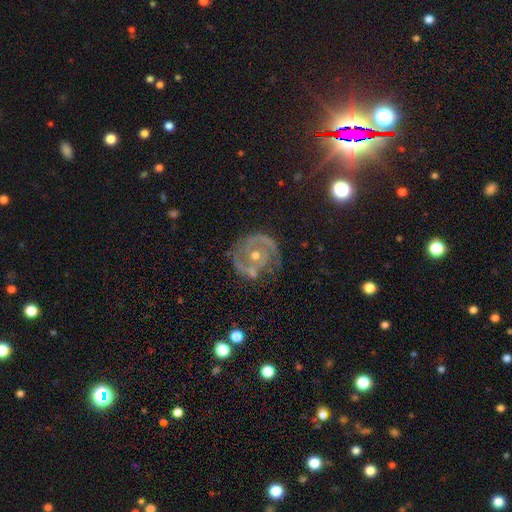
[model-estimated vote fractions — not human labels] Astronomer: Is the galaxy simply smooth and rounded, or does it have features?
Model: featured or disk — 83%.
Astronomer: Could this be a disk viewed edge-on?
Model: no — 97%.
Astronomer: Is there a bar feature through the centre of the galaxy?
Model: no — 67%.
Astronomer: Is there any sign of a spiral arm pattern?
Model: yes — 88%.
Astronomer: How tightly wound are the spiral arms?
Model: tight — 53% (runner-up: medium, 37%).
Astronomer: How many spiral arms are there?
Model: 2 — 65%.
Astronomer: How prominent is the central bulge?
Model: small — 48%, tied with moderate at 48%.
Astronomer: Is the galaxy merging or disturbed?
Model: none — 67%.